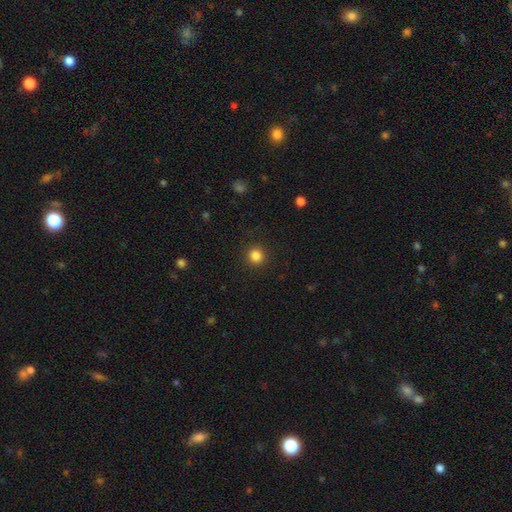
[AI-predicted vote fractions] smooth_or_featured: smooth (p=0.84) [alt: star or artifact p=0.12]
how_rounded: round (p=0.94) [alt: in between p=0.05]
merging: none (p=0.92) [alt: minor disturbance p=0.05]